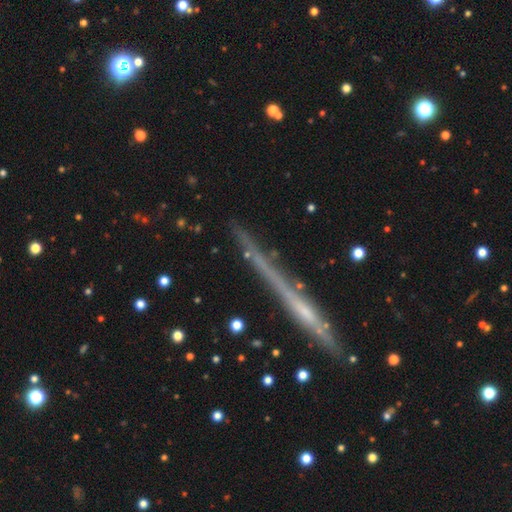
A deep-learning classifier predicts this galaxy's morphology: Smooth or featured? featured or disk (62%)
Edge-on disk? yes (94%)
Edge-on bulge? none (76%)
Merging? none (74%)